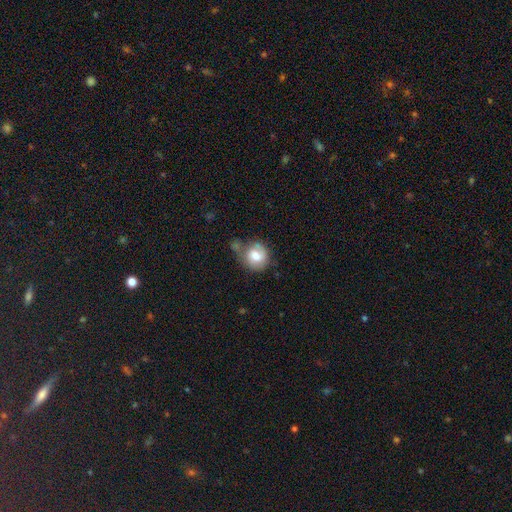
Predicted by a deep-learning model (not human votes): A smooth galaxy with no disk features (73%) that is round (83%). Merging: none (48%).